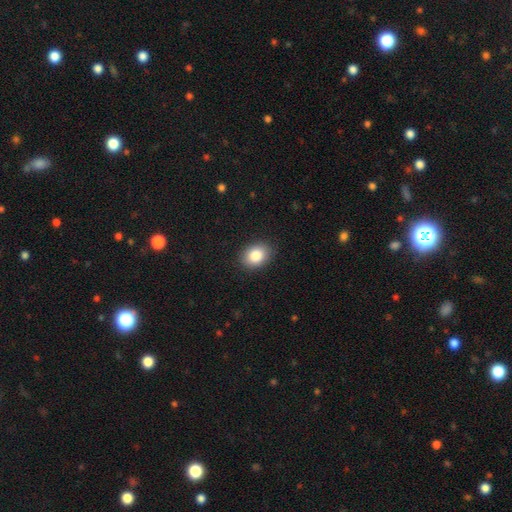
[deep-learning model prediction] This is clearly a smooth galaxy (86%). How rounded: likely in between (70%). Merging: clearly none (88%).